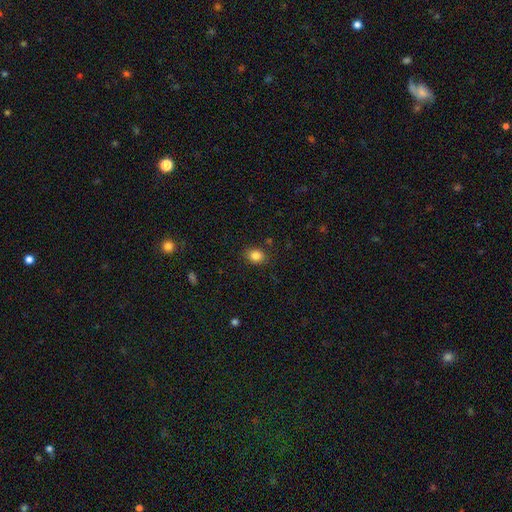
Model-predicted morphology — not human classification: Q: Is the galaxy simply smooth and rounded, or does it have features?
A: smooth — 85%.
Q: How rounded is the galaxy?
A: in between — 58%.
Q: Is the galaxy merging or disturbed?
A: none — 85%.